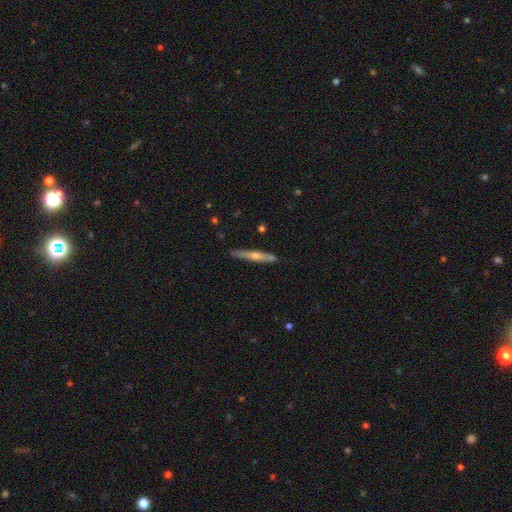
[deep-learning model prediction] Smooth or featured? Predicted: featured or disk (p=0.61). Edge-on disk? Predicted: yes (p=0.96). Edge-on bulge? Predicted: rounded (p=0.78). Merging? Predicted: none (p=0.87).